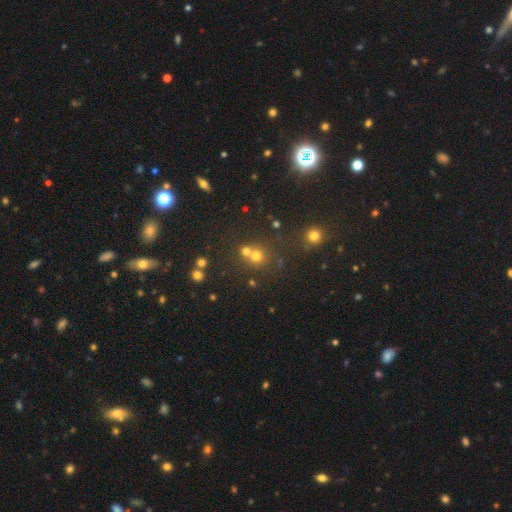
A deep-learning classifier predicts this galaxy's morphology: Overall: smooth (64%; star or artifact 25%). How rounded: round (87%). Merging: none (55%; merger 35%).